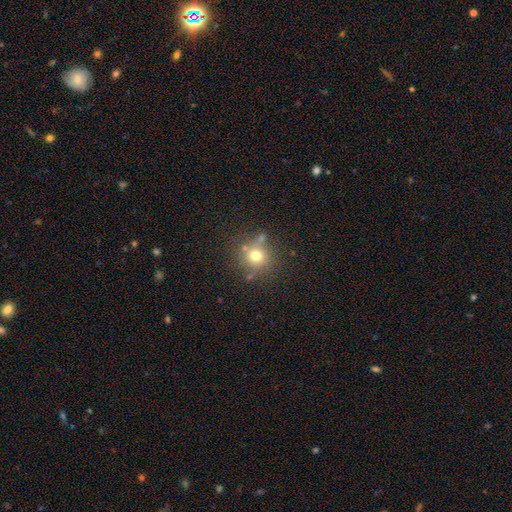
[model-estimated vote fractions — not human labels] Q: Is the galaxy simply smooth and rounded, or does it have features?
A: smooth — 71%.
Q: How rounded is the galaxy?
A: round — 89%.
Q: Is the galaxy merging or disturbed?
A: none — 74%.